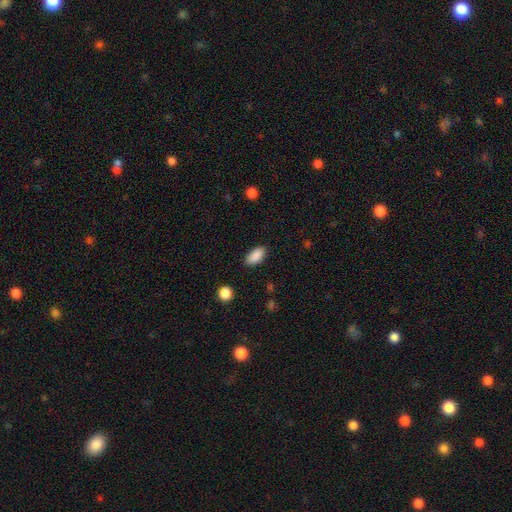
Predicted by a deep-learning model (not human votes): This appears to be a smooth galaxy with no disk features (89%) that is in between round and cigar-shaped (92%). Merging: none (87%).